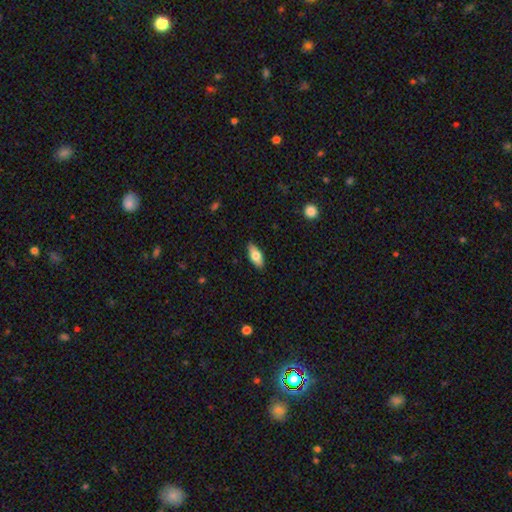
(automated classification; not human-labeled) smooth_or_featured: smooth (p=0.72) [alt: featured or disk p=0.21]
how_rounded: in between (p=0.83) [alt: cigar-shaped p=0.14]
merging: none (p=0.87) [alt: minor disturbance p=0.10]